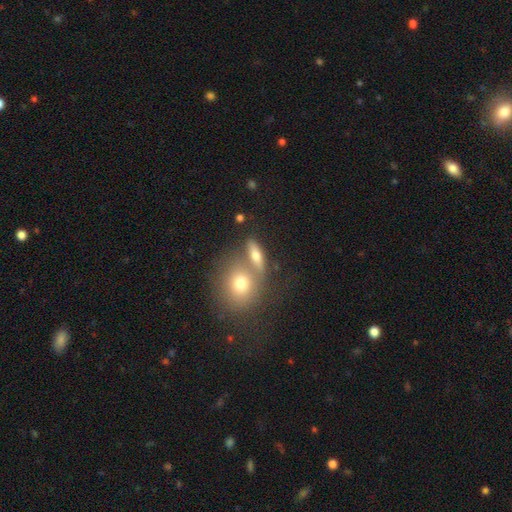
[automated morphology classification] smooth-or-featured: smooth: 64% | featured or disk: 24% | star or artifact: 11%
  how-rounded: in between: 46% | cigar-shaped: 28% | round: 26%
  merging: none: 59% | merger: 26% | minor disturbance: 11% | major disturbance: 5%